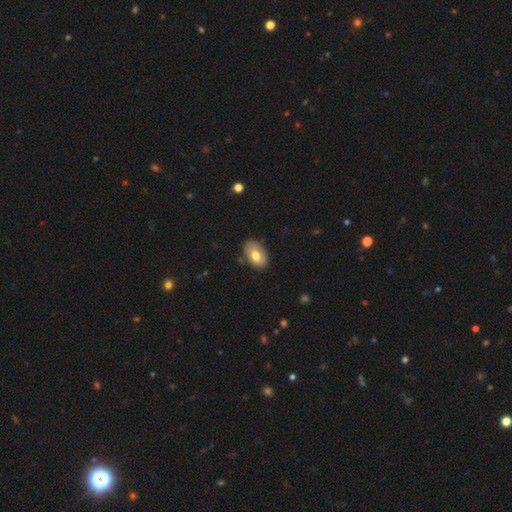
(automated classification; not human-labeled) This appears to be a smooth galaxy with no disk features (69%) that is in between round and cigar-shaped (90%). Merging: none (73%).